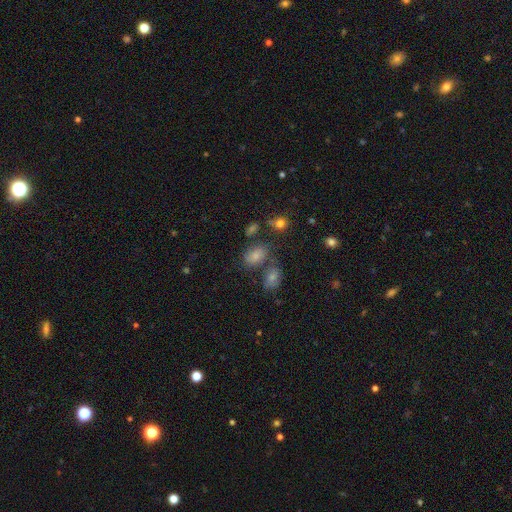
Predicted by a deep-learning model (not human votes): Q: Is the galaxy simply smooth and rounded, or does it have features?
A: smooth — 58%.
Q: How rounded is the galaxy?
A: in between — 77%.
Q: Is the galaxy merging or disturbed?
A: none — 59%.